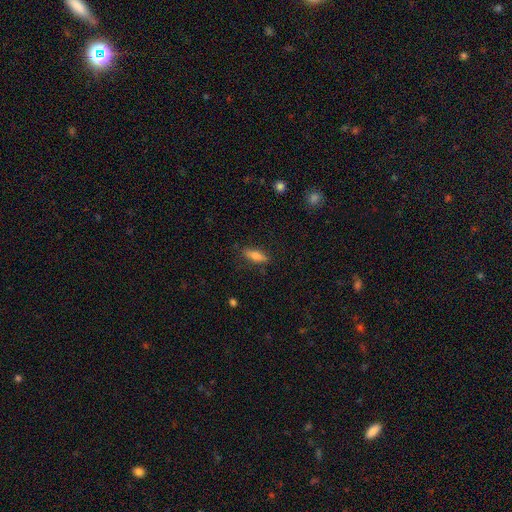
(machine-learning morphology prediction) Overall: smooth (70%). How rounded: in between (49%; cigar-shaped 48%). Merging: none (84%).